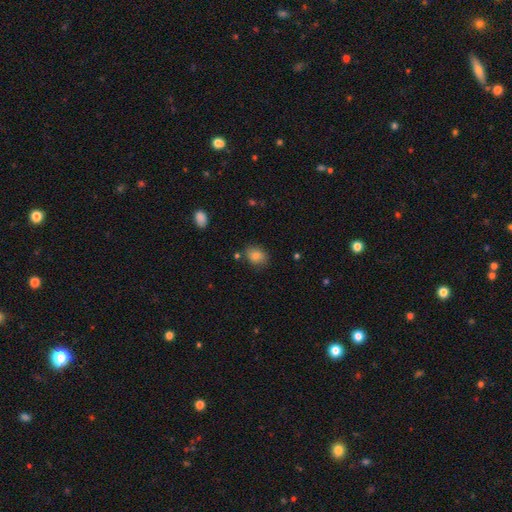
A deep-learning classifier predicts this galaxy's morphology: Smooth or featured? Predicted: smooth (p=0.80). How rounded? Predicted: in between (p=0.55). Merging? Predicted: none (p=0.81).